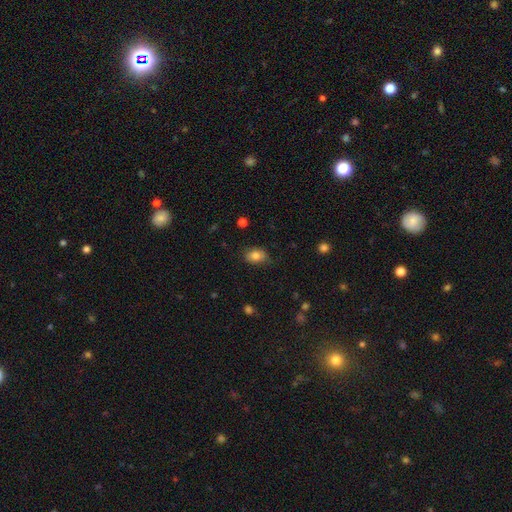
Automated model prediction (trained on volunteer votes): smooth-or-featured: smooth: 80% | featured or disk: 11% | star or artifact: 9%
  how-rounded: in between: 77% | round: 22% | cigar-shaped: 1%
  merging: none: 78% | minor disturbance: 17% | major disturbance: 3% | merger: 1%